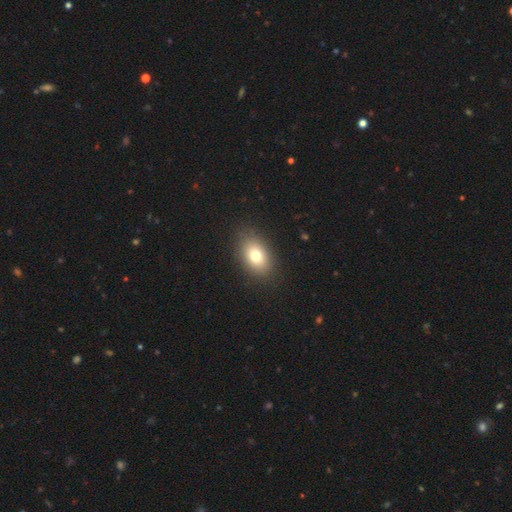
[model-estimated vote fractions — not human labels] This is likely a smooth galaxy (76%). How rounded: clearly in between (81%). Merging: clearly none (87%).